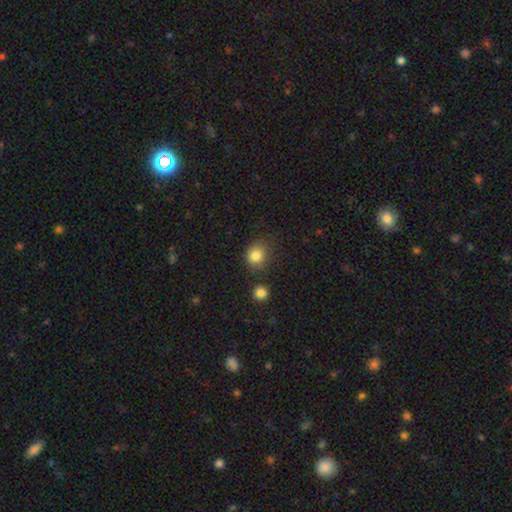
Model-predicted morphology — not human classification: The model was most divided on "how rounded": round: 80%, in between: 19%, cigar-shaped: 1%. More confident: smooth or featured — smooth (83%); merging — none (77%).